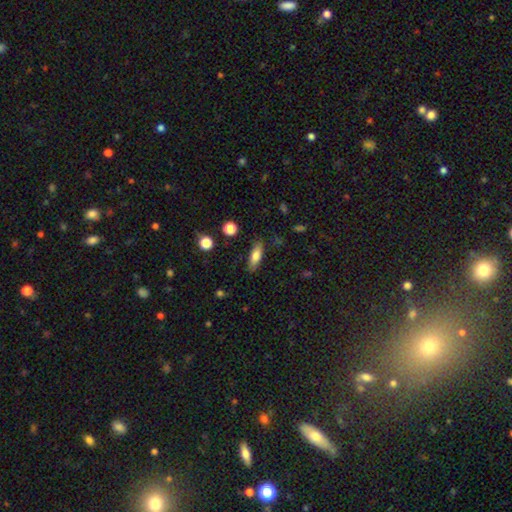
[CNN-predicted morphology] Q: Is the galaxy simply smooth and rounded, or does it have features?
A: smooth — 74%.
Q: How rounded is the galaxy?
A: in between — 58%.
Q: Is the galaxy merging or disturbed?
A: none — 81%.